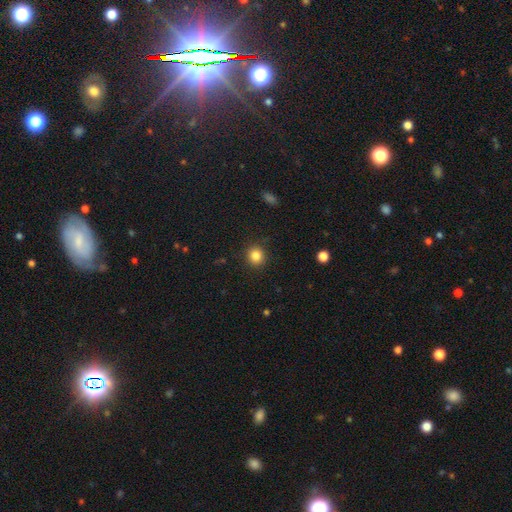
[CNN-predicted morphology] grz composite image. It shows a smooth galaxy with no disk features (84%) that is round (90%). Merging: none (90%).